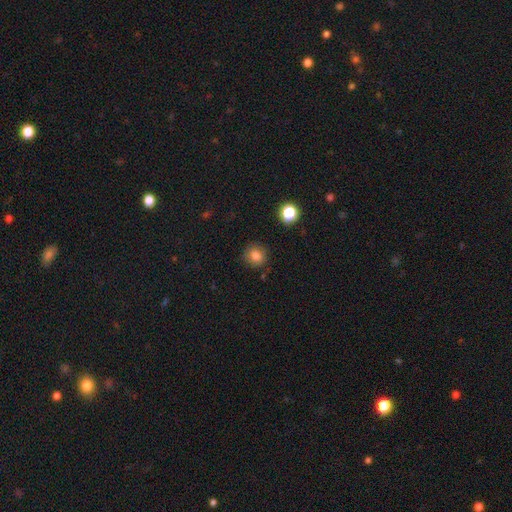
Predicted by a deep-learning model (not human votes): This appears to be a smooth galaxy with no disk features (81%) that is round (88%). Merging: none (86%).